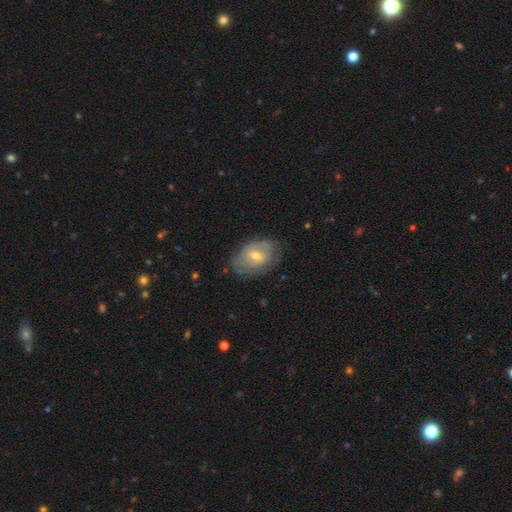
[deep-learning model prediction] Q: Smooth or featured?
A: featured or disk (58%); runner-up: smooth (35%)
Q: Edge-on disk?
A: no (94%); runner-up: yes (6%)
Q: Bar?
A: weak (50%); runner-up: no (36%)
Q: Spiral arms?
A: yes (61%); runner-up: no (39%)
Q: Bulge size?
A: moderate (55%); runner-up: small (40%)
Q: Merging?
A: none (64%); runner-up: minor disturbance (25%)